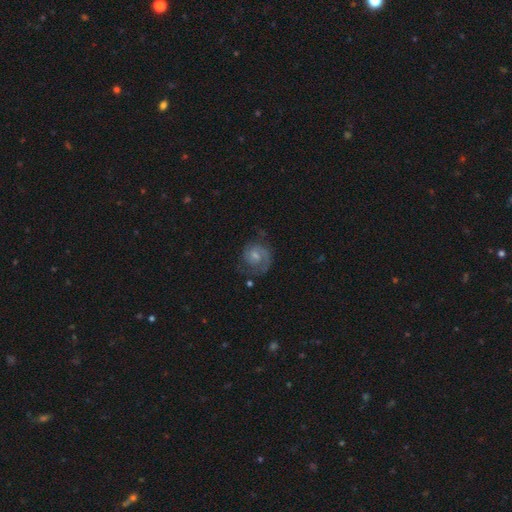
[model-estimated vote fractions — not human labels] Smooth or featured?
  - featured or disk: 66% *
  - smooth: 27%
  - star or artifact: 8%
Edge-on disk?
  - no: 98% *
  - yes: 2%
Bar?
  - no: 51% *
  - weak: 43%
  - strong: 6%
Spiral arms?
  - yes: 88% *
  - no: 12%
Spiral winding?
  - tight: 44% *
  - medium: 39%
  - loose: 16%
Spiral arm count?
  - 2: 44% *
  - 1: 34%
  - can't tell: 16%
  - 3: 4%
  - 4: 1%
  - more than 4: 1%
Bulge size?
  - small: 46% *
  - moderate: 38%
  - none: 11%
  - large: 4%
  - dominant: 1%
Merging?
  - none: 58% *
  - minor disturbance: 22%
  - major disturbance: 18%
  - merger: 2%